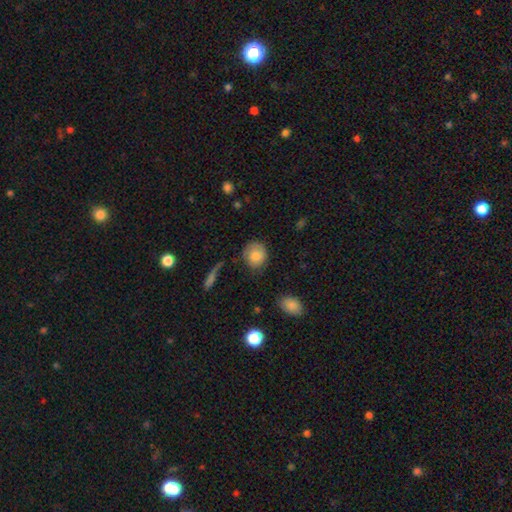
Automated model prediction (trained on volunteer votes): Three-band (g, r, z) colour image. It shows a smooth galaxy with no disk features (82%) that is round (76%). Merging: none (71%).